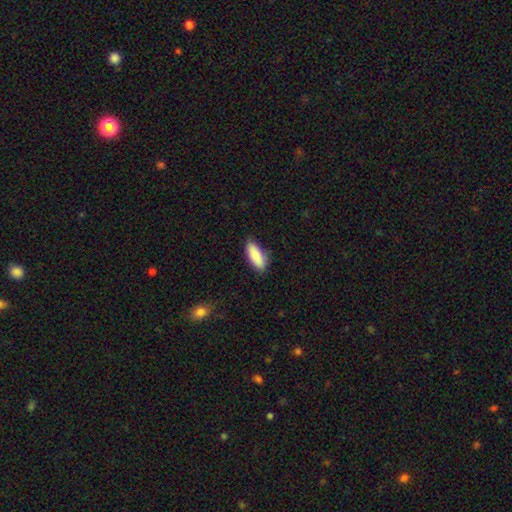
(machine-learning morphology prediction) This is clearly a smooth galaxy (86%). How rounded: likely in between (79%). Merging: likely none (79%).